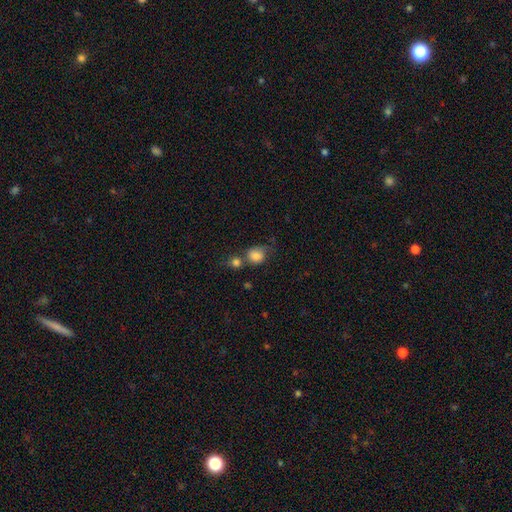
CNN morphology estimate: Overall: smooth (81%). How rounded: round (69%; in between 30%). Merging: none (39%; merger 32%).